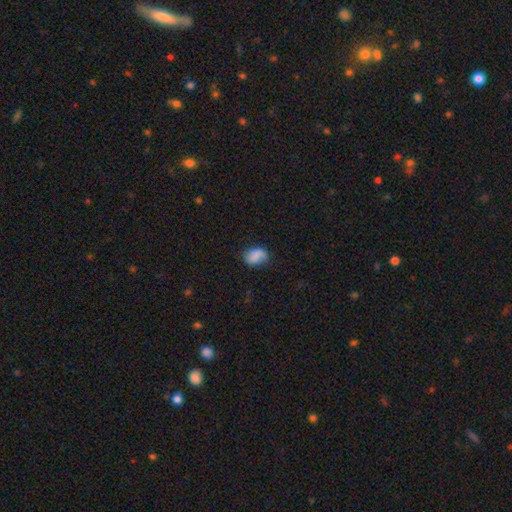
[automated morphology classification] A smooth galaxy with no disk features (78%) that is in between round and cigar-shaped (76%). Merging: none (67%).